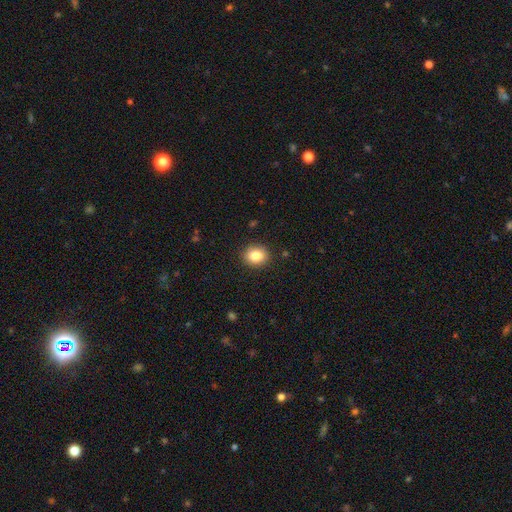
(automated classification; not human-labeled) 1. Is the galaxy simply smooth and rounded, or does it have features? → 84% smooth, 9% star or artifact, 7% featured or disk.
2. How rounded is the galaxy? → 63% round, 36% in between, 1% cigar-shaped.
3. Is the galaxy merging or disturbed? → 89% none, 8% minor disturbance, 2% major disturbance, 1% merger.